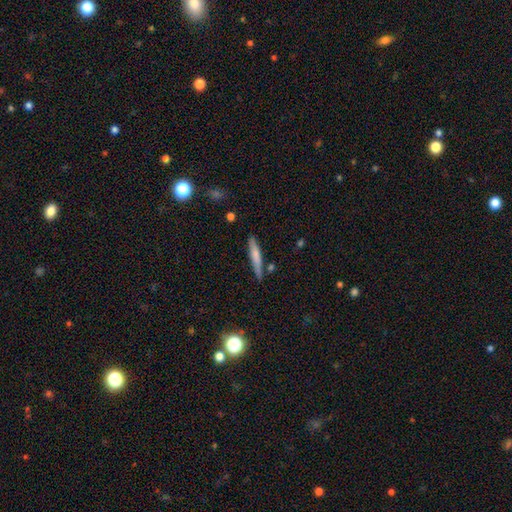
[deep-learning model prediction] Q: Smooth or featured?
A: smooth (68%); runner-up: featured or disk (26%)
Q: How rounded?
A: cigar-shaped (92%); runner-up: in between (6%)
Q: Merging?
A: none (80%); runner-up: minor disturbance (13%)